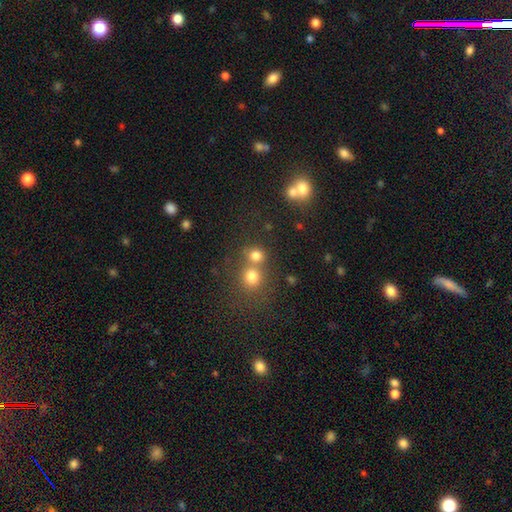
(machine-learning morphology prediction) This is likely a smooth galaxy (76%). How rounded: clearly round (81%). Merging: possibly none (48%).